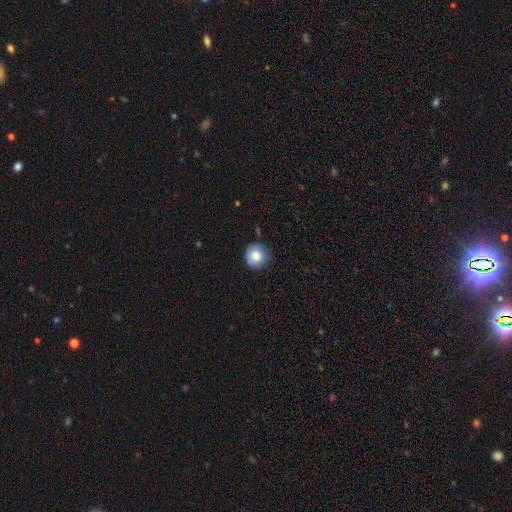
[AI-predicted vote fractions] Smooth or featured? smooth (81%)
How rounded? round (93%)
Merging? none (80%)